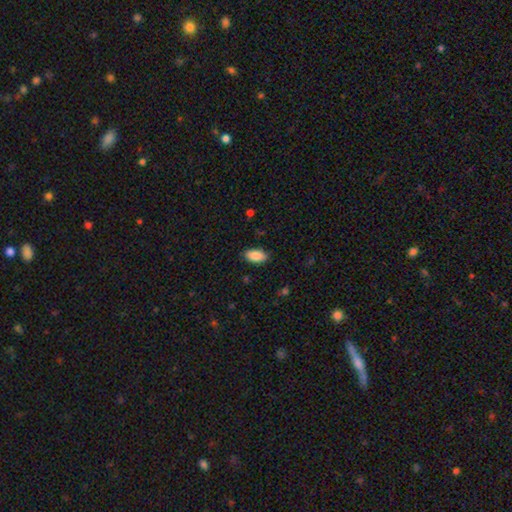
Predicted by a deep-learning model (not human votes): A smooth galaxy with no disk features (88%) that is in between round and cigar-shaped (93%). Merging: none (87%).